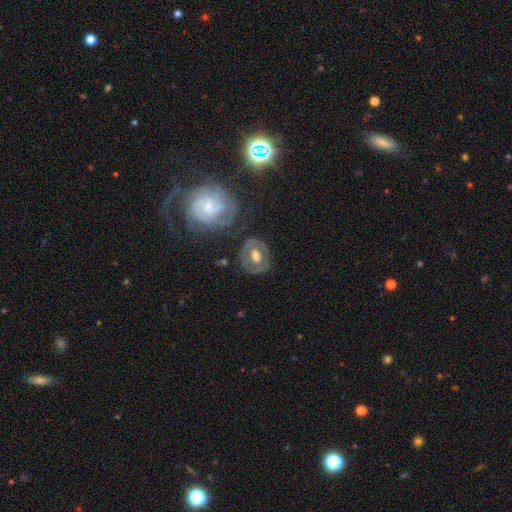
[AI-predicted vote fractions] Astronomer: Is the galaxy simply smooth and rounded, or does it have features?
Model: featured or disk — 63%.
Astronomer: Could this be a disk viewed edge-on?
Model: no — 95%.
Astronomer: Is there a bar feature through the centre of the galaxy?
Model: no — 46% (runner-up: weak, 34%).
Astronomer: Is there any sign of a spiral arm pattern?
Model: yes — 50%, tied with no at 50%.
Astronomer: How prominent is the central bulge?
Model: moderate — 61%.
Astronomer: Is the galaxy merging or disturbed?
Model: none — 73%.